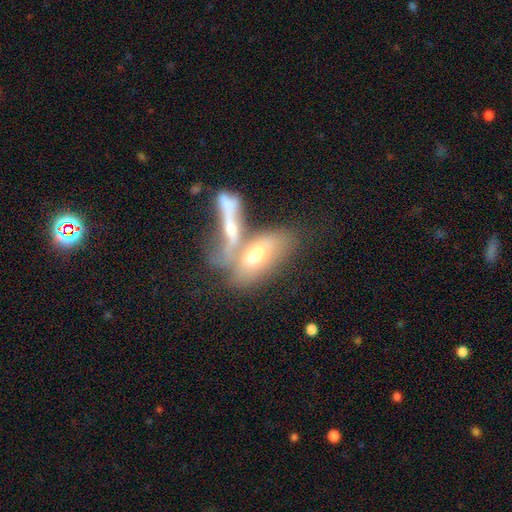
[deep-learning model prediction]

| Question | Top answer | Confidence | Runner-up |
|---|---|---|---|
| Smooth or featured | smooth | 54% | featured or disk (38%) |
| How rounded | in between | 77% | cigar-shaped (19%) |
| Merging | merger | 61% | none (21%) |